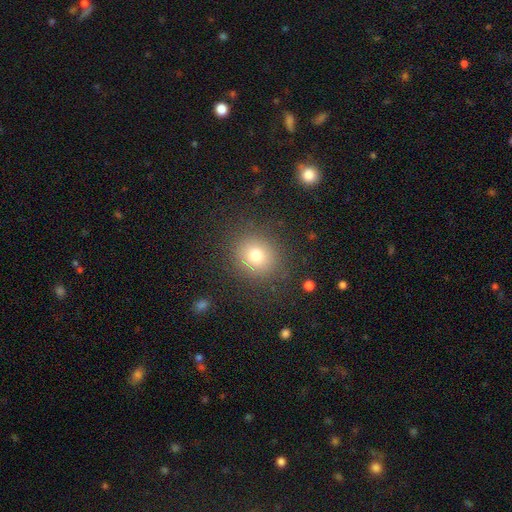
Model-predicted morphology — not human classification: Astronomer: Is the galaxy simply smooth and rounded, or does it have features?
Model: smooth — 74%.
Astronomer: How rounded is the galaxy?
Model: round — 80%.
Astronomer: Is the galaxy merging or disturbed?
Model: none — 84%.